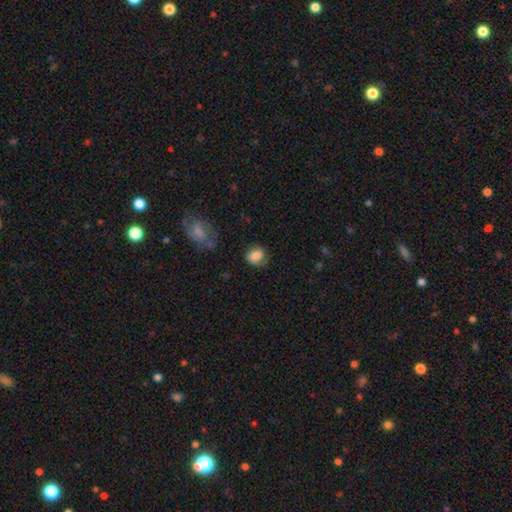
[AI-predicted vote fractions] smooth 72%, featured or disk 20%, star or artifact 8%. Down the decision tree: how rounded — round (51%); merging — none (65%).